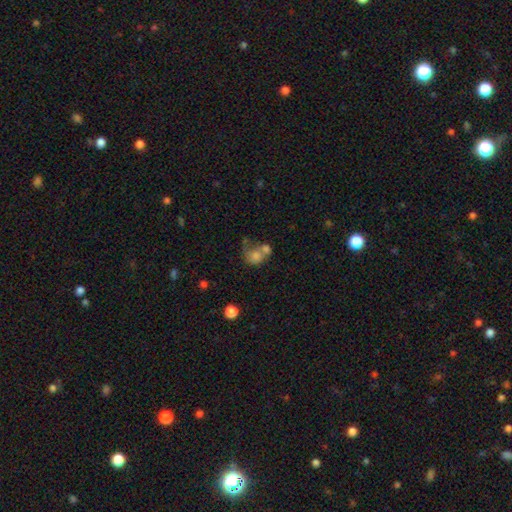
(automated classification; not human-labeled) Q: Smooth or featured?
A: smooth (69%); runner-up: featured or disk (20%)
Q: How rounded?
A: round (61%); runner-up: in between (38%)
Q: Merging?
A: merger (54%); runner-up: none (23%)